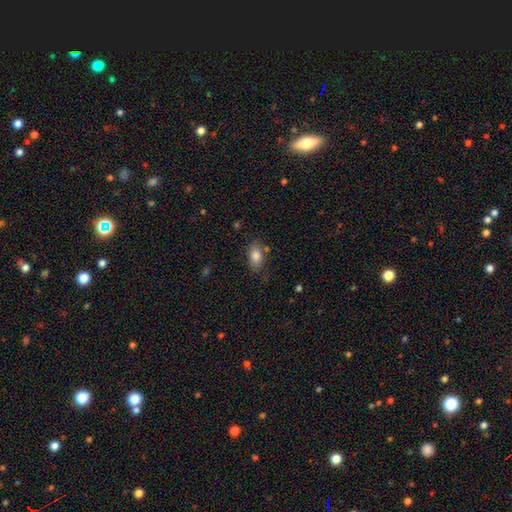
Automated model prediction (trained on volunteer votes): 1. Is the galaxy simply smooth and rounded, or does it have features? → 83% smooth, 9% featured or disk, 8% star or artifact.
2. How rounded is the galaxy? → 88% in between, 10% round, 2% cigar-shaped.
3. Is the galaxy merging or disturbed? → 73% none, 17% minor disturbance, 5% merger, 4% major disturbance.